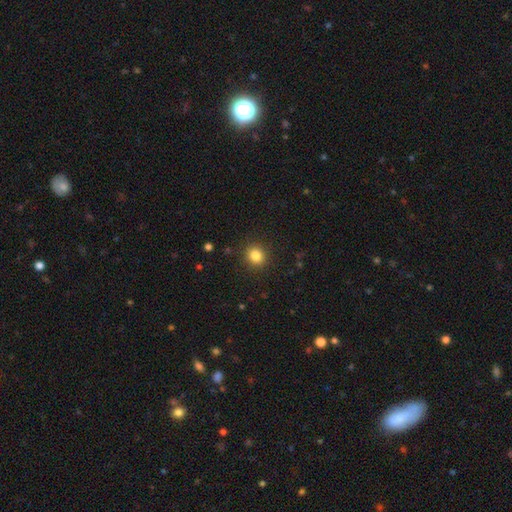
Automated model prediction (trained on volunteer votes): A smooth galaxy with no disk features (83%) that is round (86%).

Vote fractions:
- Smooth or featured? smooth: 83% / star or artifact: 11% / featured or disk: 5%
- How rounded? round: 86% / in between: 13% / cigar-shaped: 1%
- Merging? none: 91% / minor disturbance: 6% / major disturbance: 2% / merger: 1%